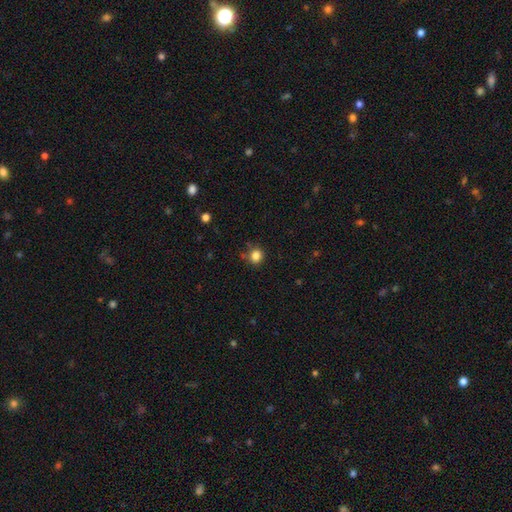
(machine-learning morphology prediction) Smooth or featured? smooth (84%)
How rounded? round (83%)
Merging? none (78%)